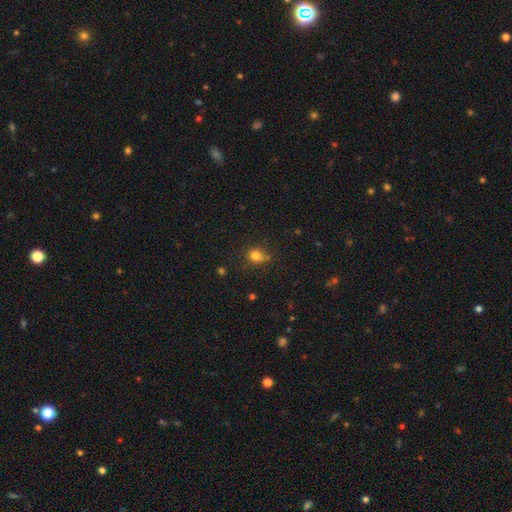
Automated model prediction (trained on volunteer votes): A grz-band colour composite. It shows a smooth galaxy with no disk features (79%) that is round (83%). Merging: none (65%).